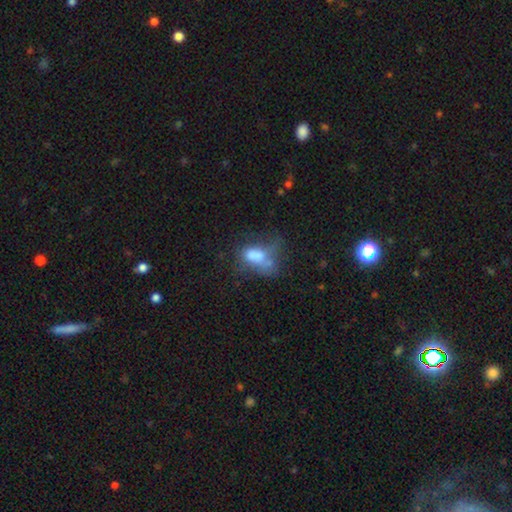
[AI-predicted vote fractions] Smooth or featured? Predicted: smooth (p=0.62). How rounded? Predicted: in between (p=0.85). Merging? Predicted: major disturbance (p=0.33).